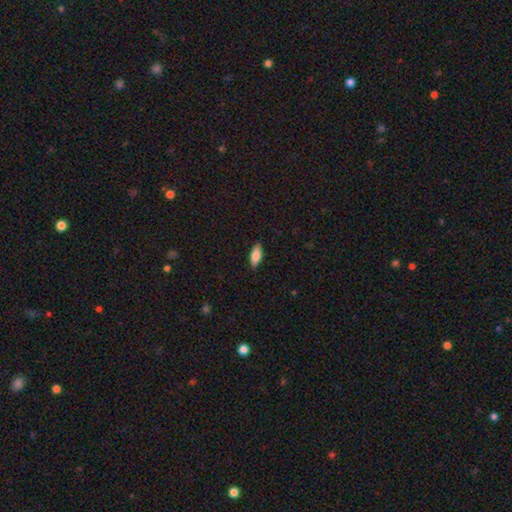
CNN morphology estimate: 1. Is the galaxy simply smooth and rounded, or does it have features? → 84% smooth, 10% featured or disk, 6% star or artifact.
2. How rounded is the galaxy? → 78% in between, 20% cigar-shaped, 2% round.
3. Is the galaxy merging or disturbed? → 88% none, 10% minor disturbance, 2% major disturbance, 1% merger.